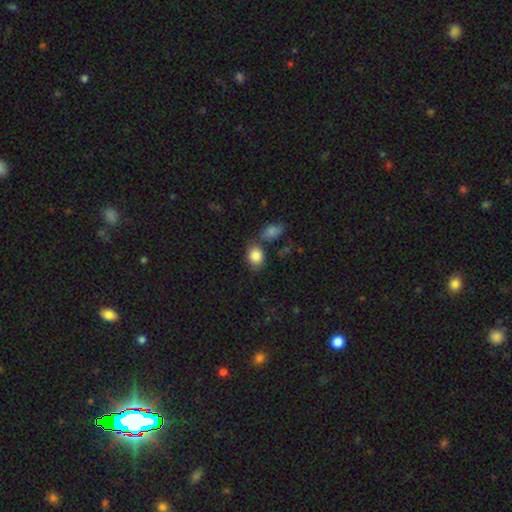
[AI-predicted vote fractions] This appears to be a smooth galaxy with no disk features (86%) that is in between round and cigar-shaped (50%). Merging: none (63%).